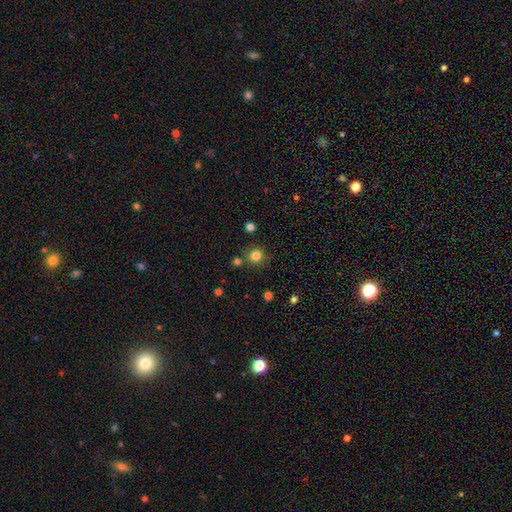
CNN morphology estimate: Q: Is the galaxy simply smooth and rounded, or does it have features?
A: smooth — 82%.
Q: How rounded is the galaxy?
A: round — 91%.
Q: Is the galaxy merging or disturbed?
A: none — 81%.